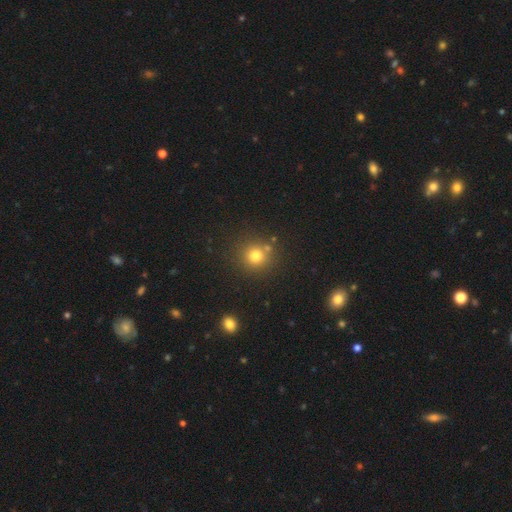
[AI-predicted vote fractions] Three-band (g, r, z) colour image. It shows a smooth galaxy with no disk features (76%) that is round (93%). Merging: none (81%).